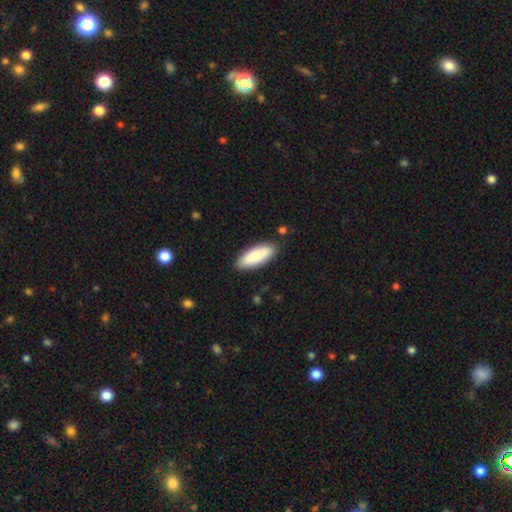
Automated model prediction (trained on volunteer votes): Smooth or featured? Predicted: smooth (p=0.73). How rounded? Predicted: in between (p=0.69). Merging? Predicted: none (p=0.86).